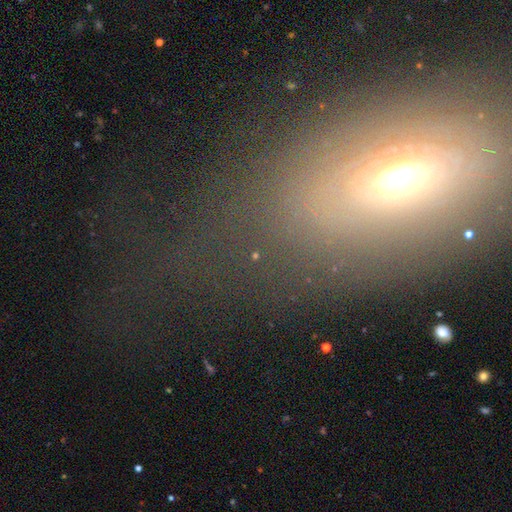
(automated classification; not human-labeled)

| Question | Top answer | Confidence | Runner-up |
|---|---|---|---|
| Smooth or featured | star or artifact | 40% | smooth (33%) |